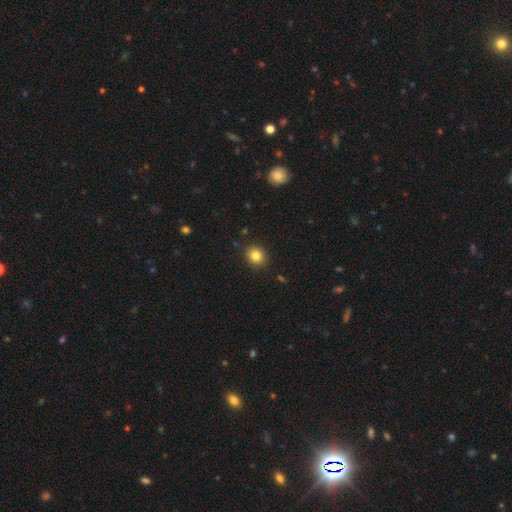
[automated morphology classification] Q: Smooth or featured?
A: smooth (83%); runner-up: star or artifact (11%)
Q: How rounded?
A: round (77%); runner-up: in between (22%)
Q: Merging?
A: none (90%); runner-up: minor disturbance (7%)